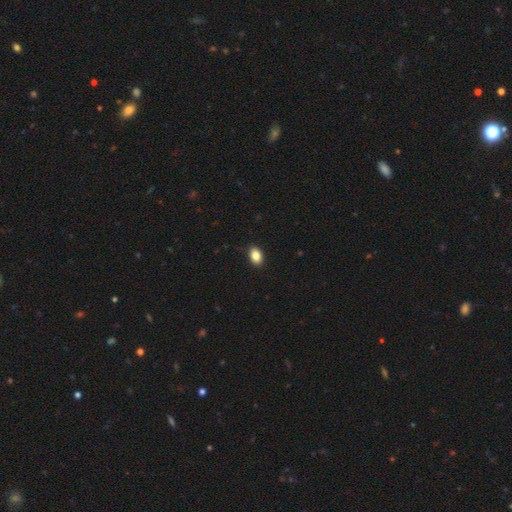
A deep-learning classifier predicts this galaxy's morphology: A smooth galaxy with no disk features (87%) that is in between round and cigar-shaped (85%).

Vote fractions:
- Smooth or featured? smooth: 87% / star or artifact: 9% / featured or disk: 5%
- How rounded? in between: 85% / round: 13% / cigar-shaped: 1%
- Merging? none: 89% / minor disturbance: 8% / major disturbance: 2% / merger: 1%